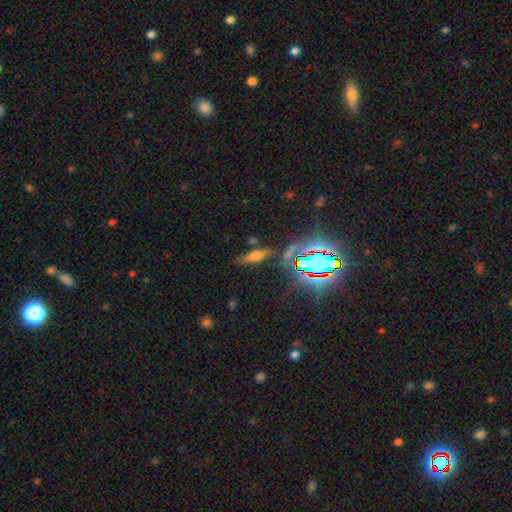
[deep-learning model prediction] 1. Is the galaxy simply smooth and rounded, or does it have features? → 46% smooth, 27% featured or disk, 27% star or artifact.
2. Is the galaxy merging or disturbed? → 72% none, 16% minor disturbance, 6% major disturbance, 6% merger.